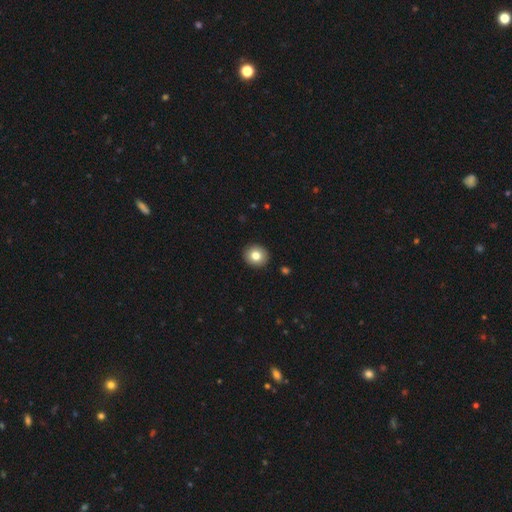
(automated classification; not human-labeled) Morphology: type=smooth (80%); roundness=round (86%); merging=none (92%).